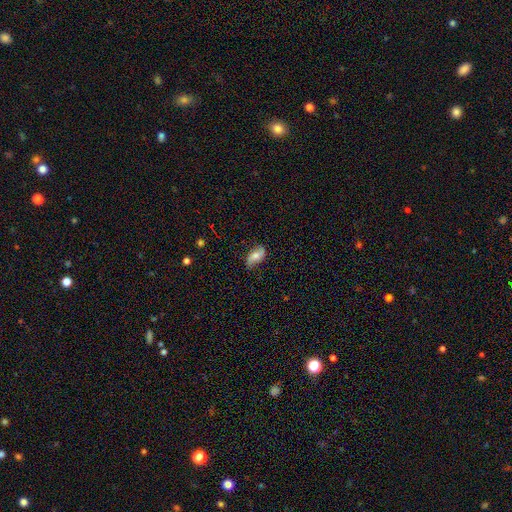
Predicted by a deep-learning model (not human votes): smooth-or-featured: smooth: 56% | featured or disk: 36% | star or artifact: 8%
  how-rounded: in between: 90% | cigar-shaped: 6% | round: 5%
  merging: none: 71% | minor disturbance: 22% | major disturbance: 5% | merger: 1%